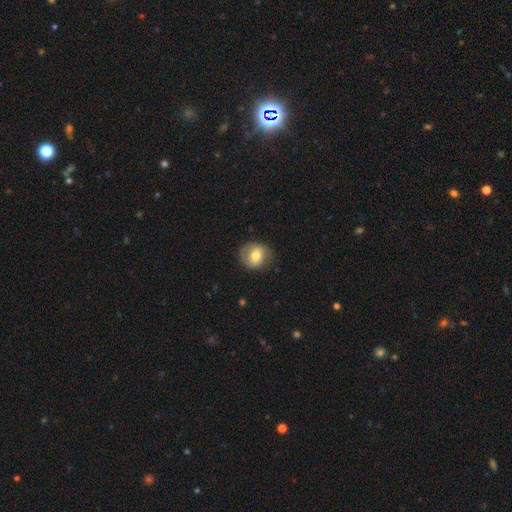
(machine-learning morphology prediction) The model was most divided on "smooth or featured": smooth: 58%, featured or disk: 34%, star or artifact: 7%. More confident: merging — none (75%); how rounded — round (75%).